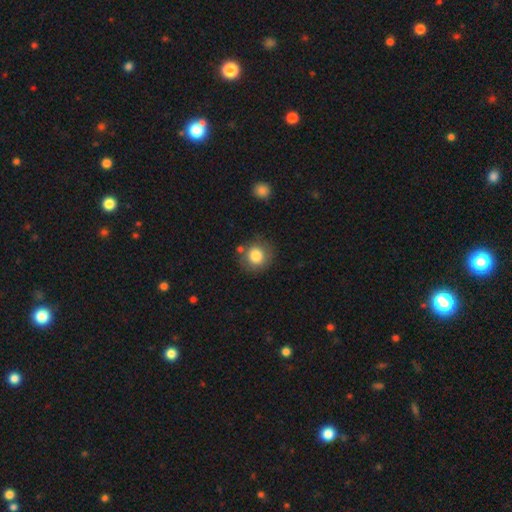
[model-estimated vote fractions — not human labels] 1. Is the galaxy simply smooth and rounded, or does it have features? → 82% smooth, 9% star or artifact, 9% featured or disk.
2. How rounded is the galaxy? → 89% round, 10% in between, 1% cigar-shaped.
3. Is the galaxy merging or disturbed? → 78% none, 12% minor disturbance, 6% merger, 4% major disturbance.